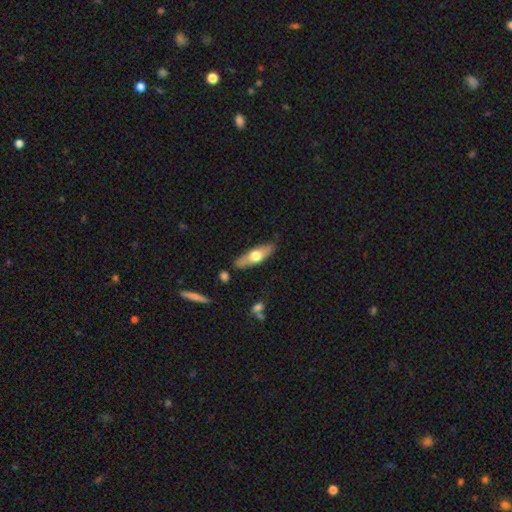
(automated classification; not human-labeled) This appears to be a smooth galaxy with no disk features (51%) that is cigar-shaped (51%). Merging: none (82%).